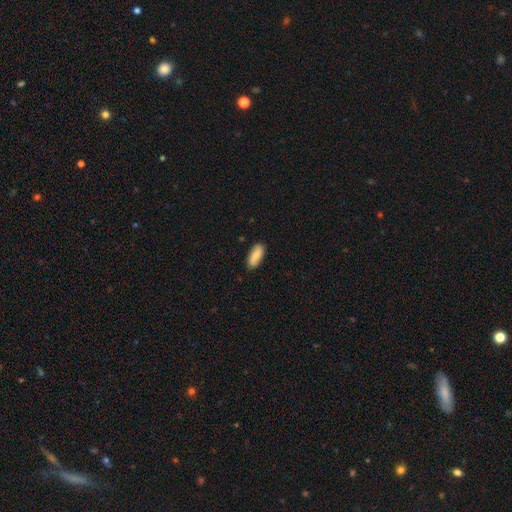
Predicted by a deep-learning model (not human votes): A smooth galaxy with no disk features (82%) that is in between round and cigar-shaped (78%).

Vote fractions:
- Smooth or featured? smooth: 82% / featured or disk: 12% / star or artifact: 6%
- How rounded? in between: 78% / cigar-shaped: 20% / round: 2%
- Merging? none: 85% / minor disturbance: 12% / major disturbance: 2% / merger: 1%